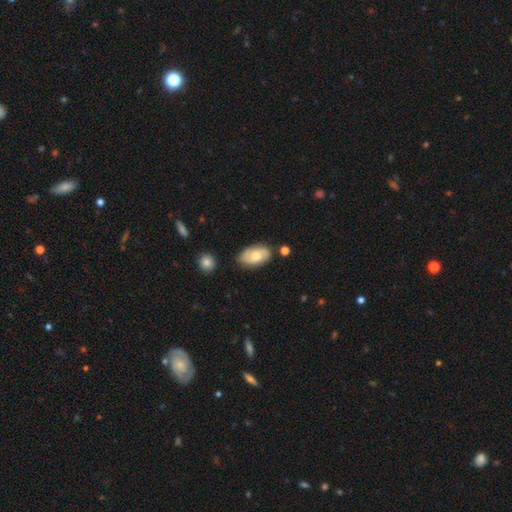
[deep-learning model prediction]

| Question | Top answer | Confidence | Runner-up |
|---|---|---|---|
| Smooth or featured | smooth | 56% | featured or disk (38%) |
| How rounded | in between | 93% | round (5%) |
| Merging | none | 75% | minor disturbance (17%) |